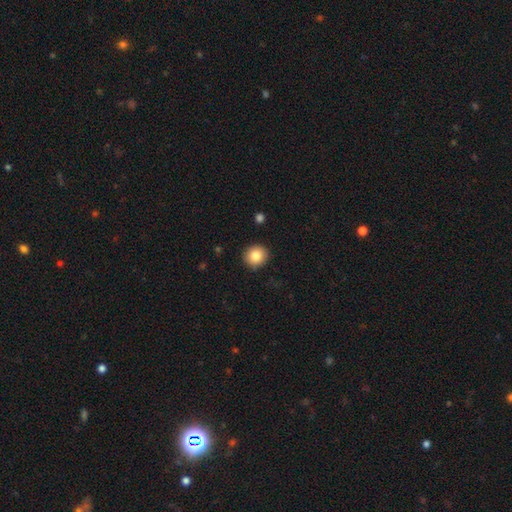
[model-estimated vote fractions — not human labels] Morphology: type=smooth (84%); roundness=round (89%); merging=none (90%).